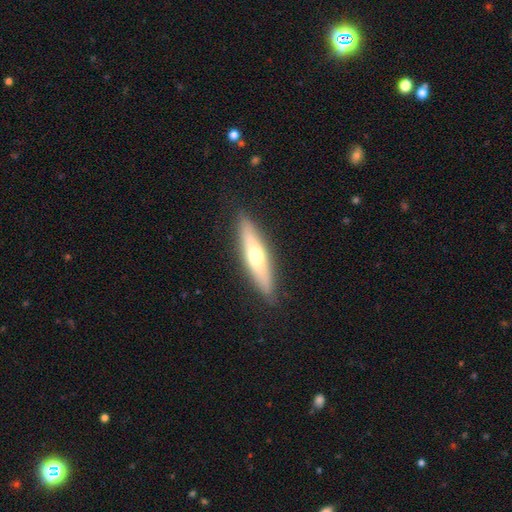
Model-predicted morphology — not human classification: type=featured or disk (47%, tied with smooth); merging=none (88%).